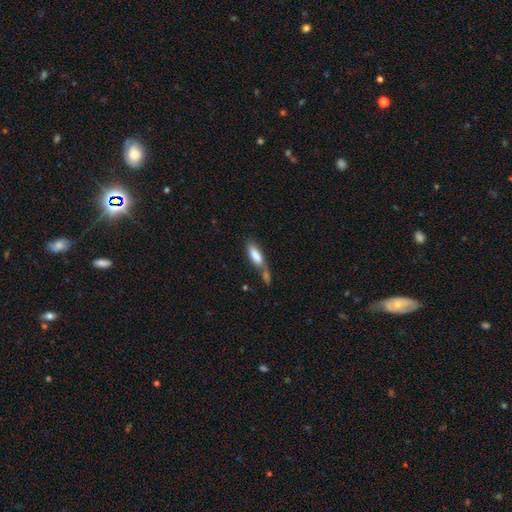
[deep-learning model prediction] Q: Smooth or featured?
A: smooth (80%); runner-up: featured or disk (13%)
Q: How rounded?
A: in between (65%); runner-up: cigar-shaped (33%)
Q: Merging?
A: merger (52%); runner-up: none (26%)